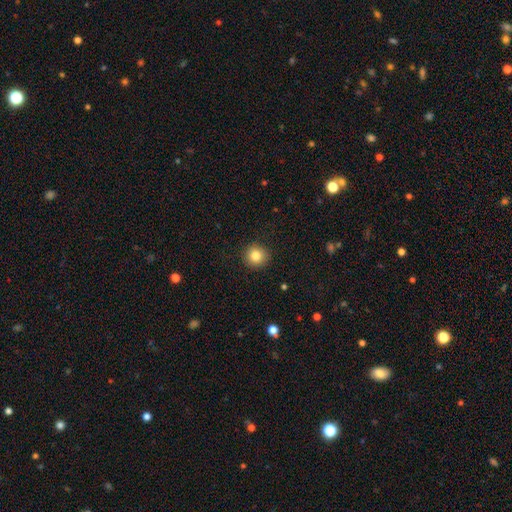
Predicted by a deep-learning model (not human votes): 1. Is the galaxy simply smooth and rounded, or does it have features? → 84% smooth, 10% star or artifact, 6% featured or disk.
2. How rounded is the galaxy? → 93% round, 6% in between, 1% cigar-shaped.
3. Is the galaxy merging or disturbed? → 91% none, 6% minor disturbance, 2% major disturbance, 1% merger.